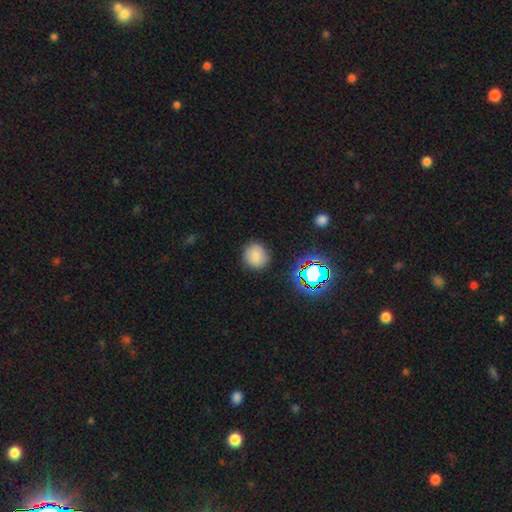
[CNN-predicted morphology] This is likely a smooth galaxy (76%). How rounded: clearly round (88%). Merging: clearly none (86%).